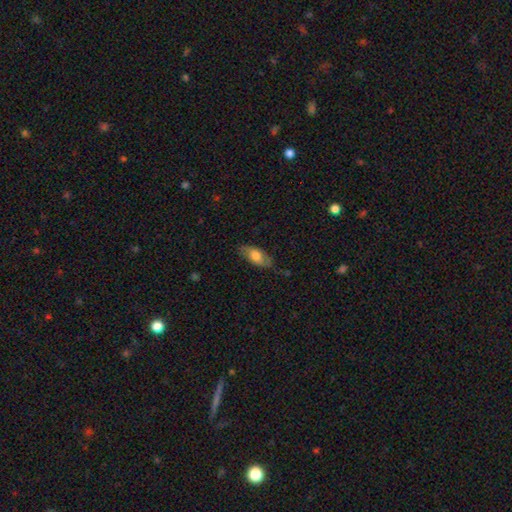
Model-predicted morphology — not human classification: Overall: smooth (66%; featured or disk 27%). How rounded: in between (89%). Merging: none (72%).